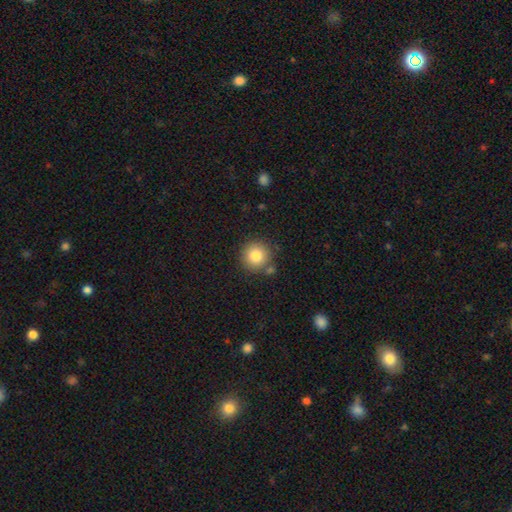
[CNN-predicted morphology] smooth_or_featured: smooth (p=0.83) [alt: star or artifact p=0.10]
how_rounded: round (p=0.94) [alt: in between p=0.05]
merging: none (p=0.79) [alt: minor disturbance p=0.09]